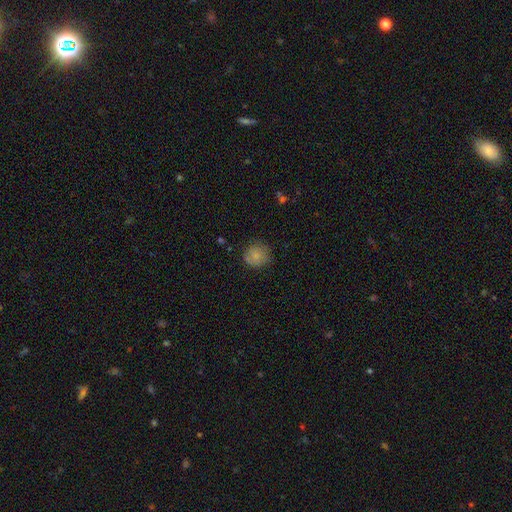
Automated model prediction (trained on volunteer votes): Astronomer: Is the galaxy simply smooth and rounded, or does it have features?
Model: smooth — 77%.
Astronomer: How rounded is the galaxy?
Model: round — 88%.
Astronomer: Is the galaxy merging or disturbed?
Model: none — 75%.